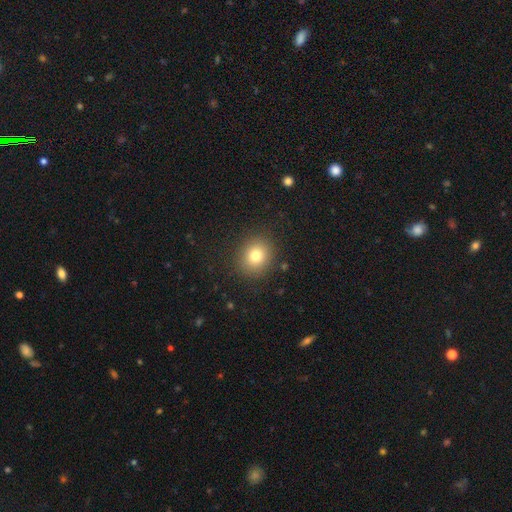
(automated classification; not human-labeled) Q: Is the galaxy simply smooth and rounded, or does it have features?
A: smooth — 79%.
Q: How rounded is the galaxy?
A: round — 78%.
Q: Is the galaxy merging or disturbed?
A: none — 88%.